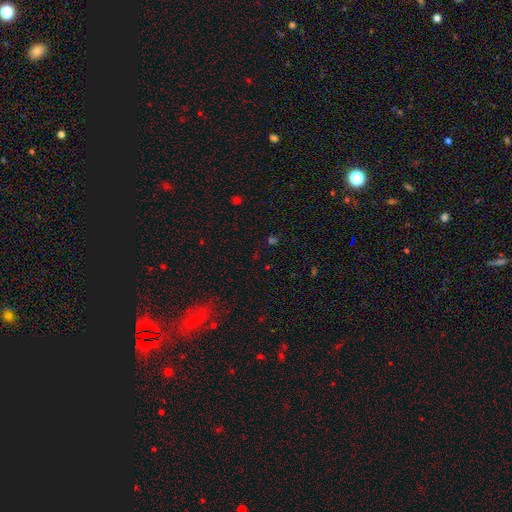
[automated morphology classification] This appears to be a star or artifact, not a galaxy (57%).